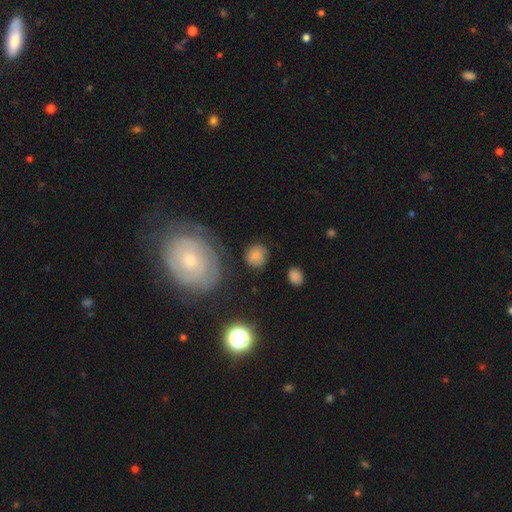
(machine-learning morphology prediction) This appears to be a smooth galaxy with no disk features (71%) that is round (80%). Merging: none (74%).